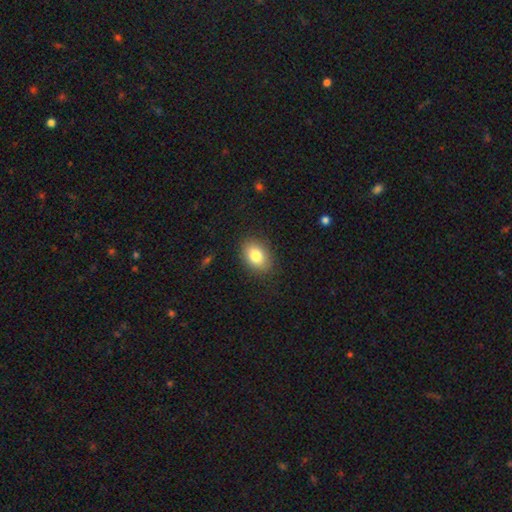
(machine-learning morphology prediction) Smooth or featured? smooth (83%)
How rounded? in between (78%)
Merging? none (86%)